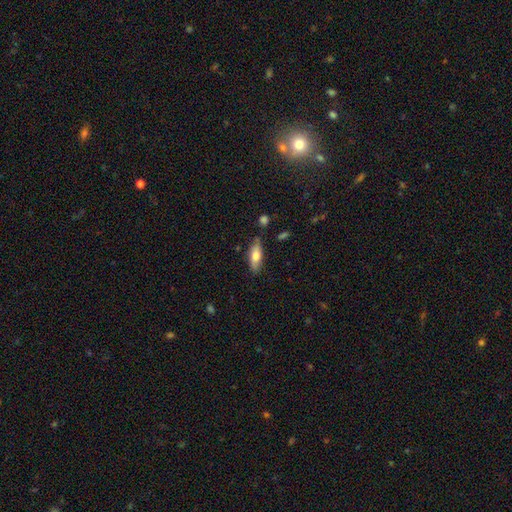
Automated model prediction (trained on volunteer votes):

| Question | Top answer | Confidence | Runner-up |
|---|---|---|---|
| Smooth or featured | smooth | 67% | featured or disk (26%) |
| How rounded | in between | 67% | cigar-shaped (31%) |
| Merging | none | 77% | minor disturbance (17%) |